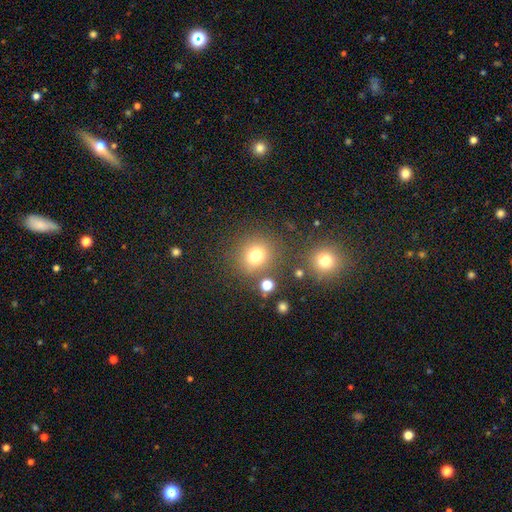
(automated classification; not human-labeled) Smooth or featured: smooth — 75% (star or artifact — 17%)
How rounded: round — 85% (in between — 14%)
Merging: none — 79% (minor disturbance — 9%)